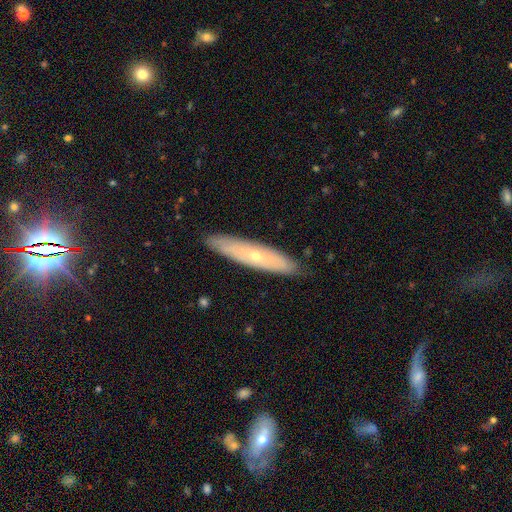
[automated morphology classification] smooth-or-featured: featured or disk: 54% | smooth: 40% | star or artifact: 6%
  disk-edge-on: yes: 58% | no: 42%
  merging: none: 85% | minor disturbance: 12% | major disturbance: 2% | merger: 1%